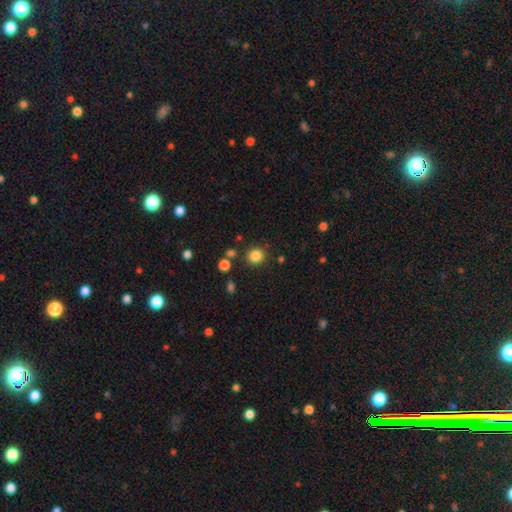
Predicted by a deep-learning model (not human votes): smooth-or-featured: smooth: 84% | star or artifact: 12% | featured or disk: 4%
  how-rounded: round: 85% | in between: 14% | cigar-shaped: 1%
  merging: none: 85% | minor disturbance: 8% | merger: 4% | major disturbance: 3%